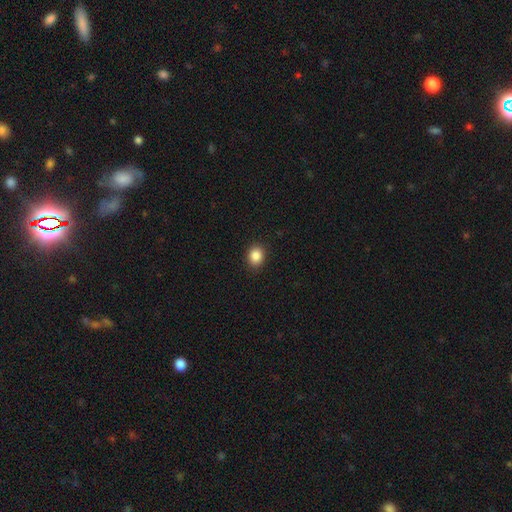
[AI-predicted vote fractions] Smooth or featured? smooth (86%)
How rounded? round (62%)
Merging? none (90%)